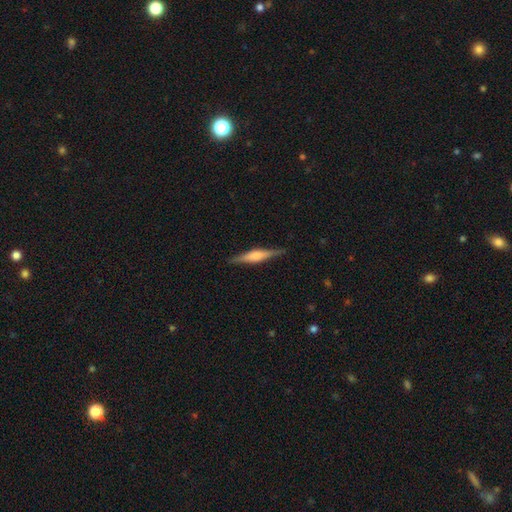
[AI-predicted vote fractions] Smooth or featured? featured or disk (65%)
Edge-on disk? yes (97%)
Edge-on bulge? rounded (62%)
Merging? none (89%)